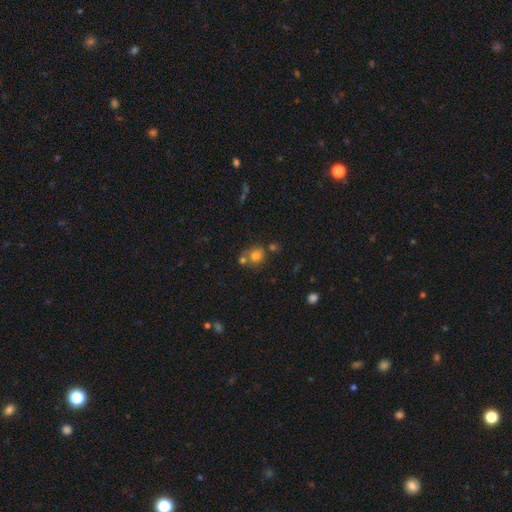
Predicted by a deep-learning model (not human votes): Smooth or featured: smooth — 75% (star or artifact — 14%)
How rounded: round — 80% (in between — 19%)
Merging: none — 55% (merger — 29%)